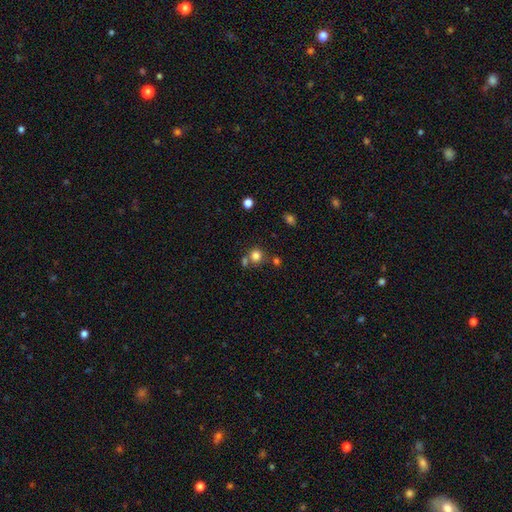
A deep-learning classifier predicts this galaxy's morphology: Overall: smooth (80%). How rounded: round (88%). Merging: none (64%).